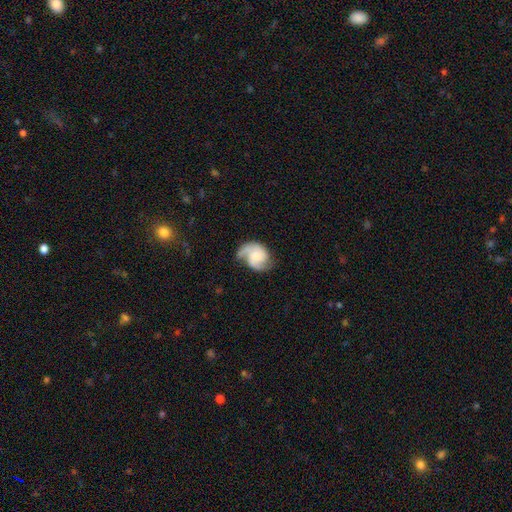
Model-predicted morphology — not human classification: Smooth or featured?
  - featured or disk: 73% *
  - smooth: 21%
  - star or artifact: 6%
Edge-on disk?
  - no: 98% *
  - yes: 2%
Bar?
  - no: 67% *
  - weak: 28%
  - strong: 5%
Spiral arms?
  - yes: 94% *
  - no: 6%
Spiral winding?
  - medium: 45% *
  - tight: 30%
  - loose: 25%
Spiral arm count?
  - 2: 66% *
  - 1: 13%
  - 3: 9%
  - can't tell: 8%
  - 4: 2%
  - more than 4: 2%
Bulge size?
  - small: 39% *
  - moderate: 34%
  - none: 16%
  - large: 9%
  - dominant: 2%
Merging?
  - none: 50% *
  - minor disturbance: 28%
  - major disturbance: 19%
  - merger: 3%